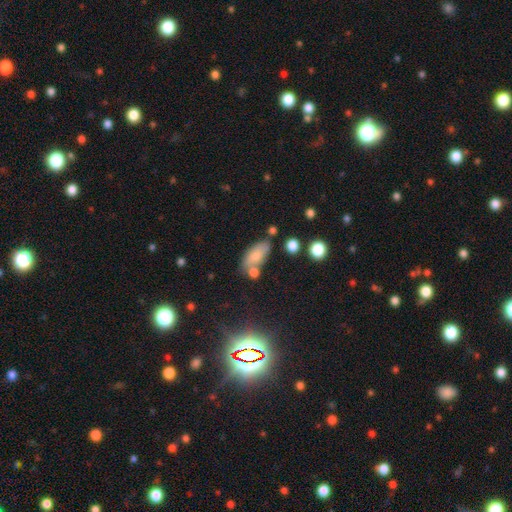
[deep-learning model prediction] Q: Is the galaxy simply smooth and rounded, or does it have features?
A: smooth — 76%.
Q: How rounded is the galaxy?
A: in between — 85%.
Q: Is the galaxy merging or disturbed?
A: none — 57%.